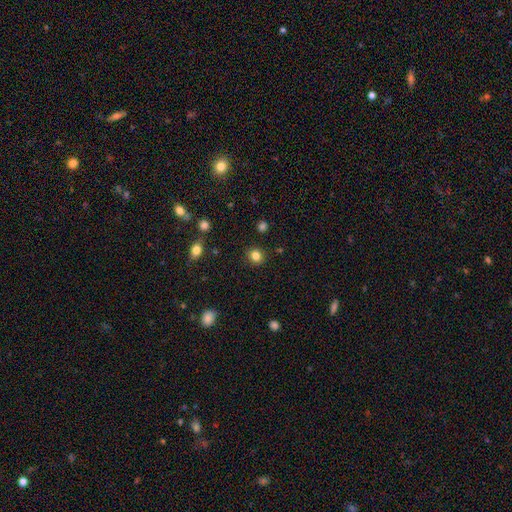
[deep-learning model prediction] The model was most divided on "how rounded": round: 85%, in between: 14%, cigar-shaped: 1%. More confident: merging — none (89%); smooth or featured — smooth (83%).